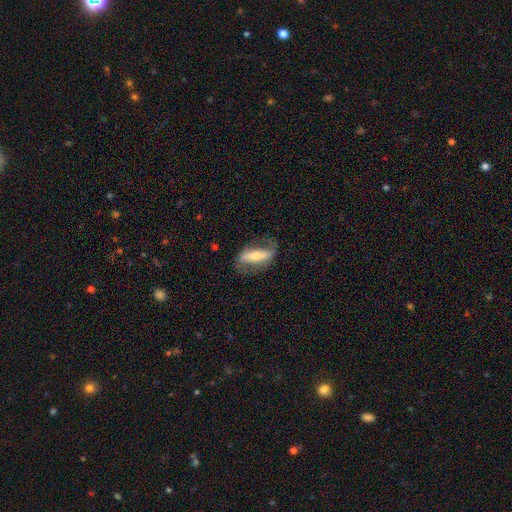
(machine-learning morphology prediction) Overall: featured or disk (70%). Edge-on disk: no (75%). Bar: strong (66%). Spiral arms: yes (73%). Bulge size: moderate (49%; small 40%). Merging: none (69%).